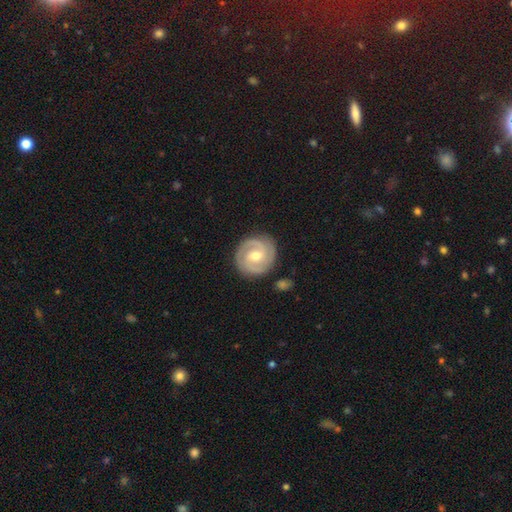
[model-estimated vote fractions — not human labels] Q: Smooth or featured?
A: featured or disk (84%); runner-up: smooth (12%)
Q: Edge-on disk?
A: no (98%); runner-up: yes (2%)
Q: Bar?
A: weak (45%); runner-up: no (44%)
Q: Spiral arms?
A: yes (96%); runner-up: no (4%)
Q: Spiral winding?
A: tight (62%); runner-up: medium (31%)
Q: Spiral arm count?
A: 2 (72%); runner-up: 3 (13%)
Q: Bulge size?
A: moderate (69%); runner-up: small (27%)
Q: Merging?
A: none (85%); runner-up: minor disturbance (10%)